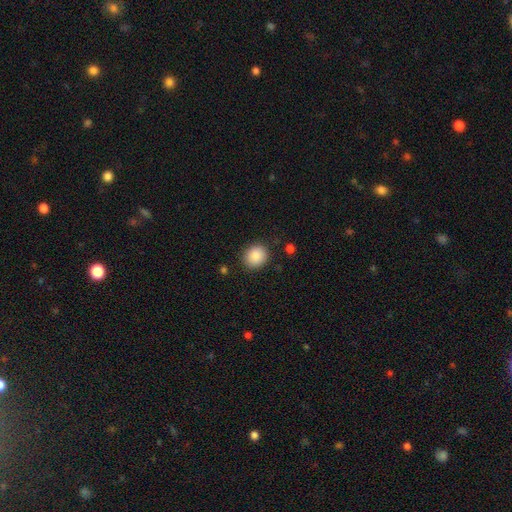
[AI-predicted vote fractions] Morphology: type=smooth (87%); roundness=round (78%); merging=none (87%).